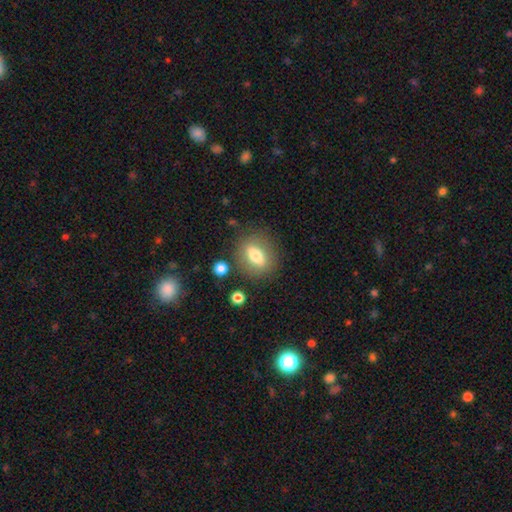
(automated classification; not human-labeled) A smooth galaxy with no disk features (63%) that is in between round and cigar-shaped (59%). Merging: none (82%).